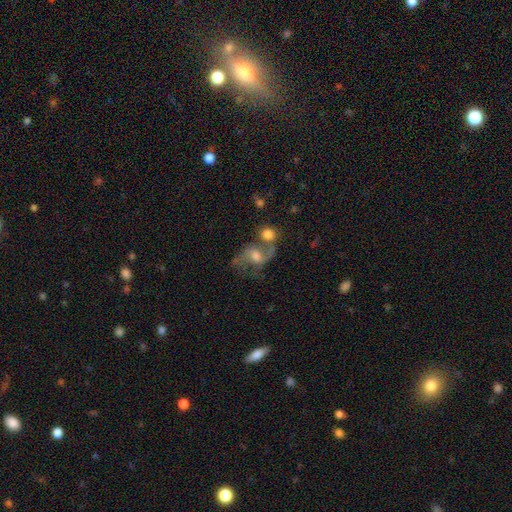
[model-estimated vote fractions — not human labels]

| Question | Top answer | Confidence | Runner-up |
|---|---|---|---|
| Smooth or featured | featured or disk | 64% | smooth (23%) |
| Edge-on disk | no | 96% | yes (4%) |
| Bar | no | 51% | weak (39%) |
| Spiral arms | yes | 83% | no (17%) |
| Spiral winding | loose | 58% | medium (34%) |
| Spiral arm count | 2 | 84% | can't tell (6%) |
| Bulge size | moderate | 56% | small (20%) |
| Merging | none | 39% | merger (30%) |